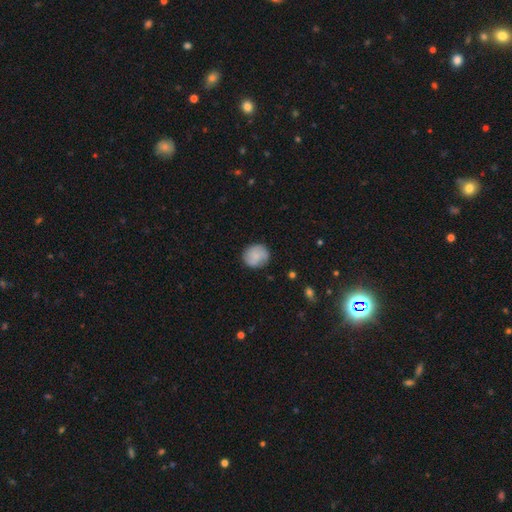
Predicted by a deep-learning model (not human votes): smooth_or_featured: smooth (p=0.75) [alt: featured or disk p=0.18]
how_rounded: round (p=0.88) [alt: in between p=0.11]
merging: none (p=0.83) [alt: minor disturbance p=0.13]